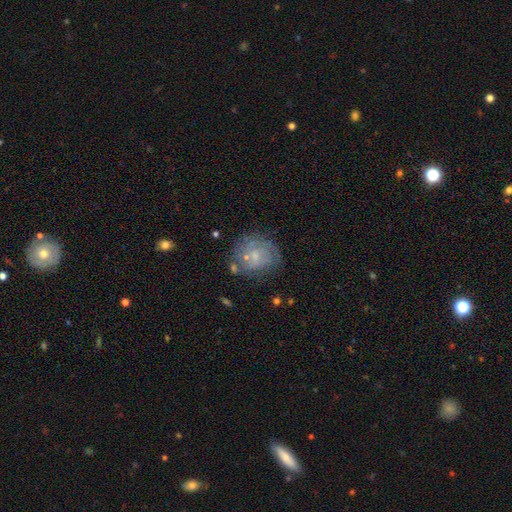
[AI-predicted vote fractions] Q: Smooth or featured?
A: featured or disk (66%); runner-up: smooth (25%)
Q: Edge-on disk?
A: no (98%); runner-up: yes (2%)
Q: Bar?
A: no (56%); runner-up: weak (38%)
Q: Spiral arms?
A: yes (79%); runner-up: no (21%)
Q: Spiral winding?
A: tight (59%); runner-up: medium (30%)
Q: Spiral arm count?
A: can't tell (48%); runner-up: 2 (22%)
Q: Bulge size?
A: small (61%); runner-up: moderate (21%)
Q: Merging?
A: none (60%); runner-up: minor disturbance (21%)